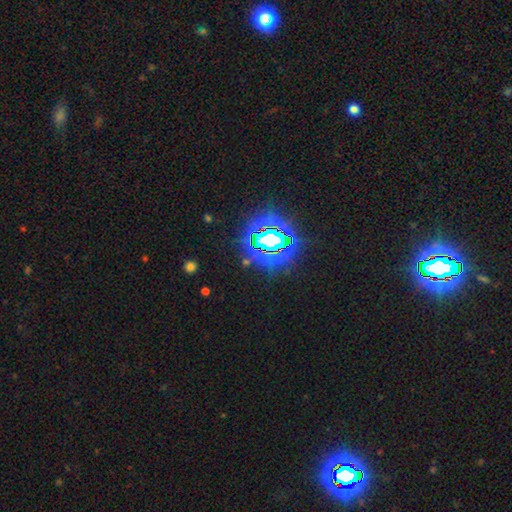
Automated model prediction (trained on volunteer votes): Morphology: type=star or artifact (83%).